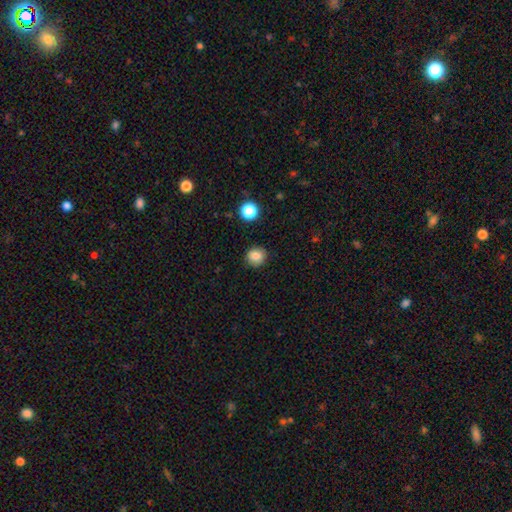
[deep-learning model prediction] A smooth galaxy with no disk features (84%) that is round (86%).

Vote fractions:
- Smooth or featured? smooth: 84% / star or artifact: 11% / featured or disk: 5%
- How rounded? round: 86% / in between: 13% / cigar-shaped: 1%
- Merging? none: 89% / minor disturbance: 7% / major disturbance: 2% / merger: 2%